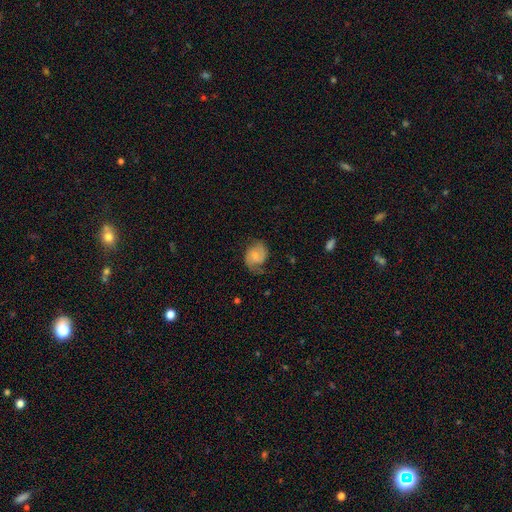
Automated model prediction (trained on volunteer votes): Q: Smooth or featured?
A: featured or disk (68%); runner-up: smooth (24%)
Q: Edge-on disk?
A: no (98%); runner-up: yes (2%)
Q: Bar?
A: no (53%); runner-up: weak (40%)
Q: Spiral arms?
A: yes (94%); runner-up: no (6%)
Q: Spiral winding?
A: medium (49%); runner-up: tight (26%)
Q: Spiral arm count?
A: 2 (85%); runner-up: 1 (6%)
Q: Bulge size?
A: small (44%); runner-up: moderate (32%)
Q: Merging?
A: none (68%); runner-up: minor disturbance (21%)